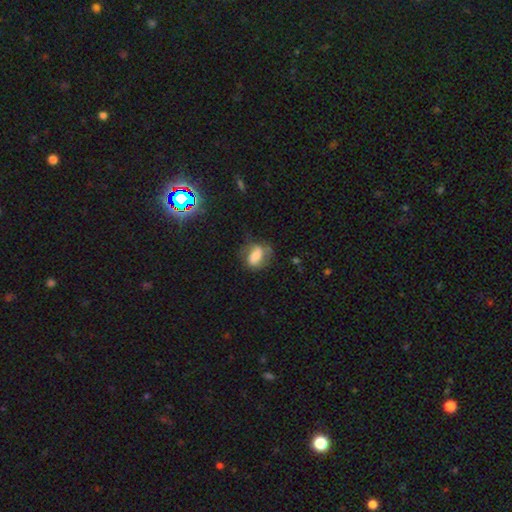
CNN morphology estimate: The model was most divided on "smooth or featured": smooth: 57%, featured or disk: 33%, star or artifact: 10%. More confident: how rounded — in between (76%); merging — none (54%).